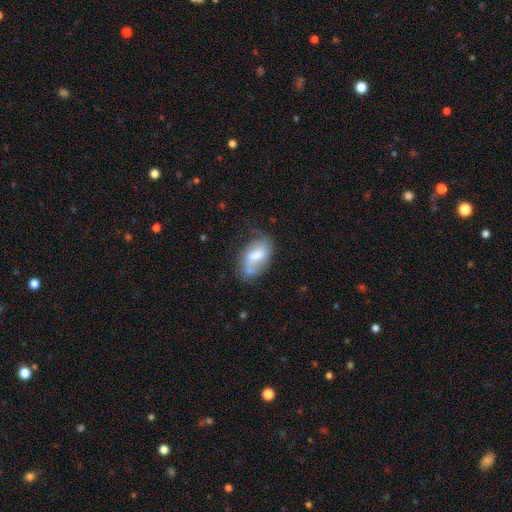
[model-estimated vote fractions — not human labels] Smooth or featured? smooth (60%)
How rounded? in between (91%)
Merging? none (41%)